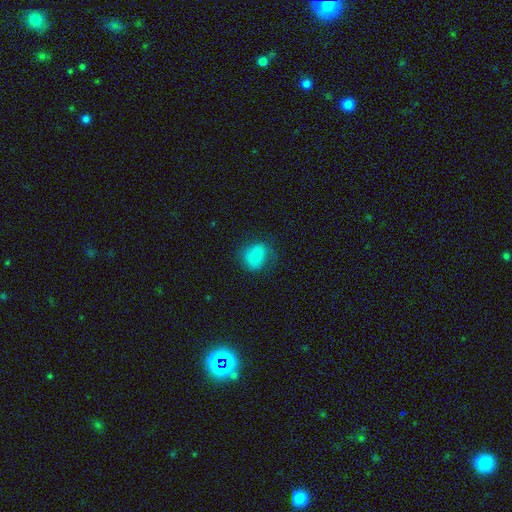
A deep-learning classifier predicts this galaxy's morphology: smooth_or_featured: smooth (p=0.76) [alt: featured or disk p=0.14]
how_rounded: in between (p=0.50) [alt: round p=0.49]
merging: none (p=0.58) [alt: minor disturbance p=0.25]